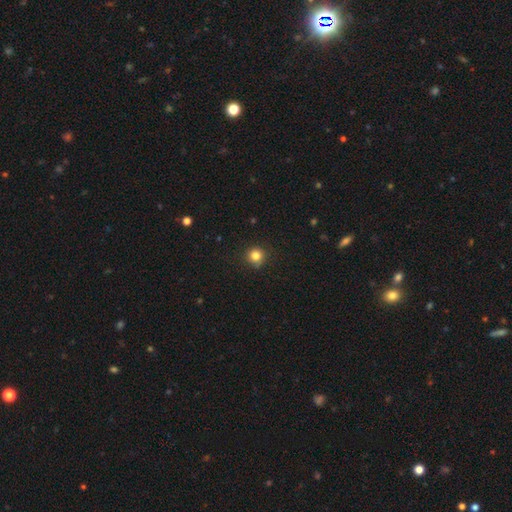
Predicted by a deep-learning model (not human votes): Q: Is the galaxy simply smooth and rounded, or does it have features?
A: smooth — 83%.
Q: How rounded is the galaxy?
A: round — 93%.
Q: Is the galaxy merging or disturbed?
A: none — 88%.